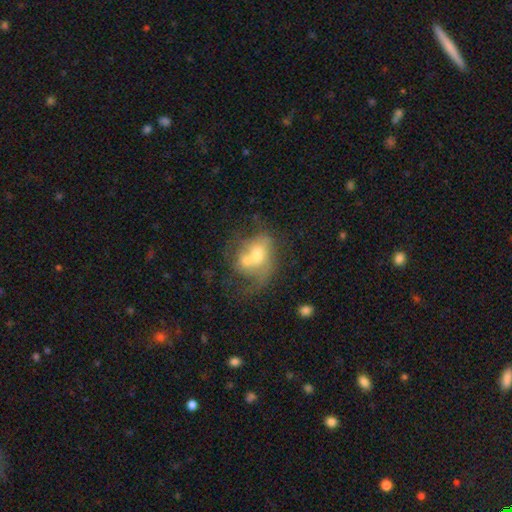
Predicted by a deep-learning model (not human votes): Smooth or featured? Predicted: featured or disk (p=0.49). Merging? Predicted: merger (p=0.50).